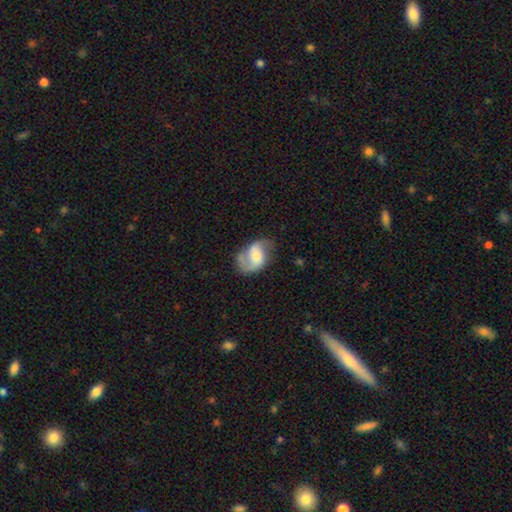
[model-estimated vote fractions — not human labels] This is likely a featured or disk galaxy (72%). It is clearly not viewed edge-on (97%). Bar: marginally no (44%). Spiral arm pattern: clearly yes (91%). Spiral arm count: clearly 2 (86%). Spiral winding: possibly loose (47%). Central bulge: marginally moderate (45%). Merging: likely none (63%).